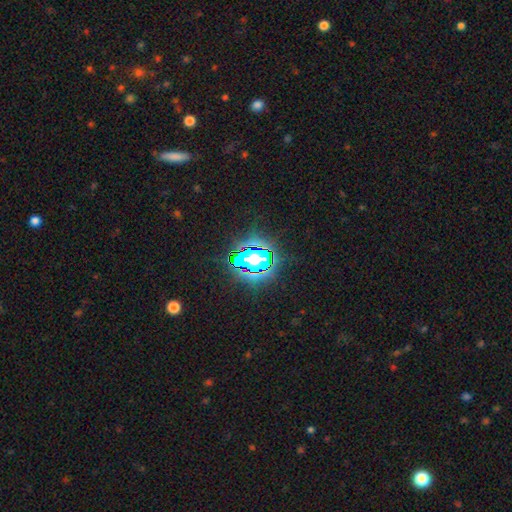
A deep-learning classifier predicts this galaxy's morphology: This appears to be a star or artifact, not a galaxy (77%).